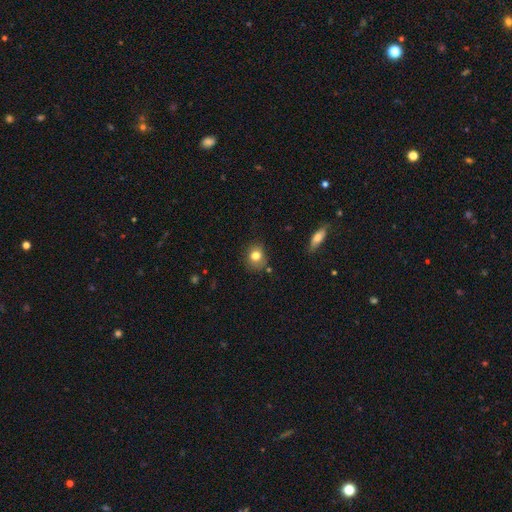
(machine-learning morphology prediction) Q: Smooth or featured?
A: smooth (79%); runner-up: featured or disk (11%)
Q: How rounded?
A: round (68%); runner-up: in between (31%)
Q: Merging?
A: none (72%); runner-up: minor disturbance (20%)